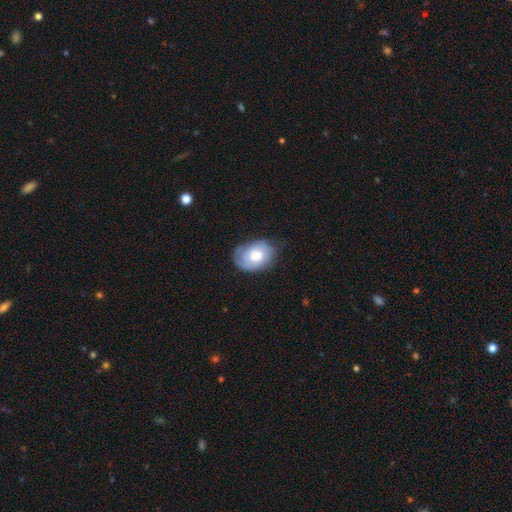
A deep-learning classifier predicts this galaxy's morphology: This appears to be a smooth galaxy with no disk features (54%) that is in between round and cigar-shaped (67%). Merging: none (64%).